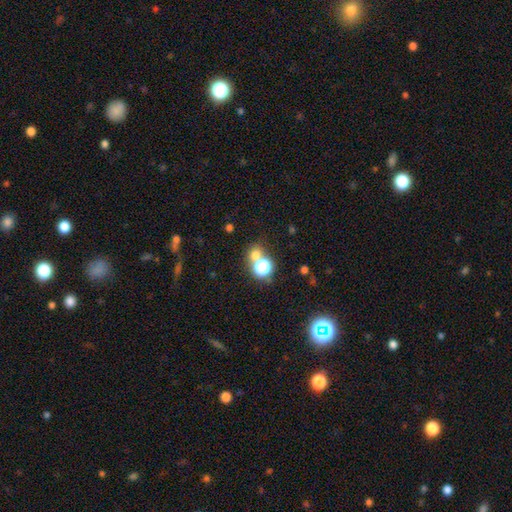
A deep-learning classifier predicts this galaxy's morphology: Smooth or featured: smooth — 65% (star or artifact — 26%)
How rounded: round — 81% (in between — 18%)
Merging: none — 57% (merger — 31%)